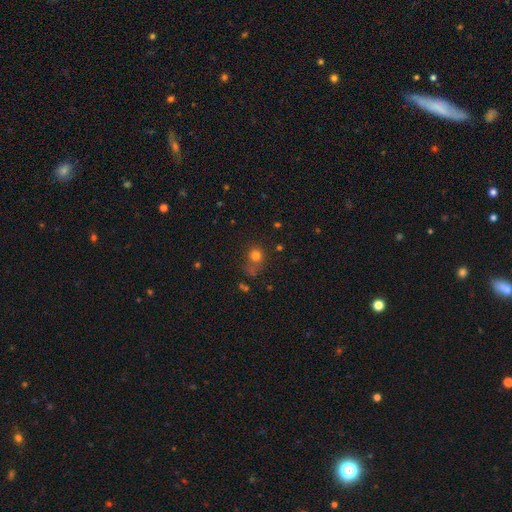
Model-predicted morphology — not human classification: This appears to be a smooth galaxy with no disk features (75%) that is round (82%). Merging: none (55%).